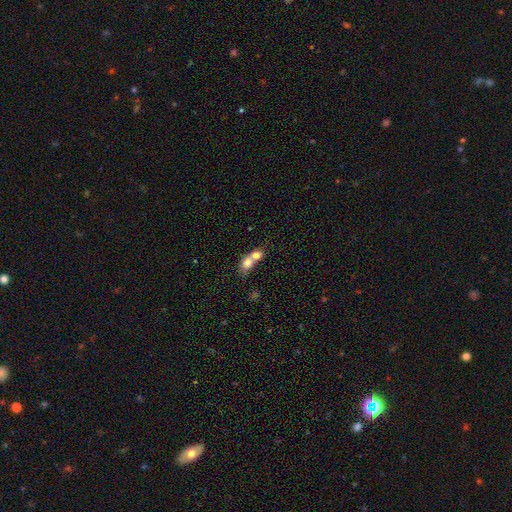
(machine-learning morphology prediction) Q: Smooth or featured?
A: smooth (73%); runner-up: featured or disk (18%)
Q: How rounded?
A: round (50%); runner-up: in between (47%)
Q: Merging?
A: merger (77%); runner-up: none (15%)